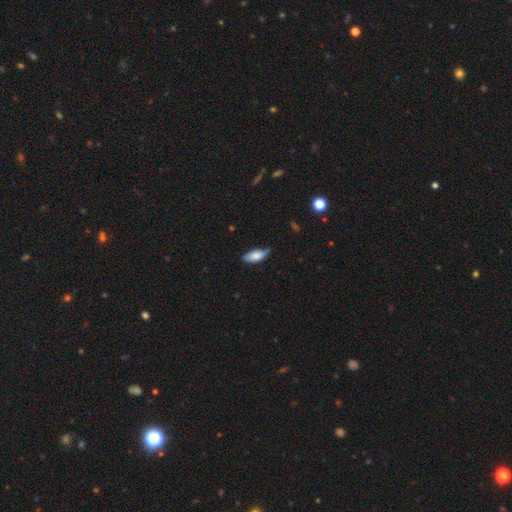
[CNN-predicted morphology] smooth-or-featured: smooth: 80% | featured or disk: 13% | star or artifact: 6%
  how-rounded: in between: 84% | cigar-shaped: 14% | round: 2%
  merging: none: 59% | minor disturbance: 34% | major disturbance: 5% | merger: 2%